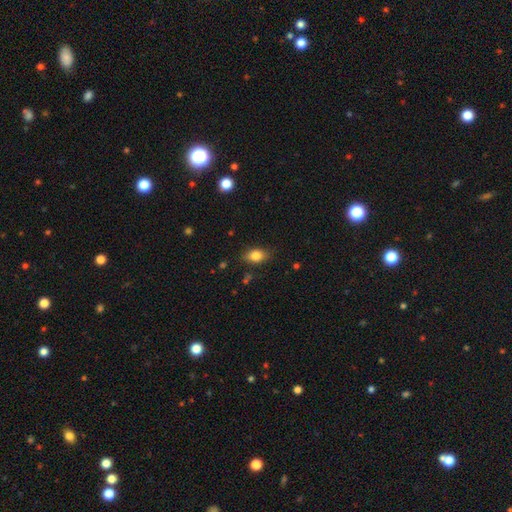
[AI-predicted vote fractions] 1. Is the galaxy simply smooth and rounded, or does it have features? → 82% smooth, 9% featured or disk, 9% star or artifact.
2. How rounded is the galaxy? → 81% in between, 15% round, 3% cigar-shaped.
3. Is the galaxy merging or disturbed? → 82% none, 13% minor disturbance, 3% major disturbance, 1% merger.